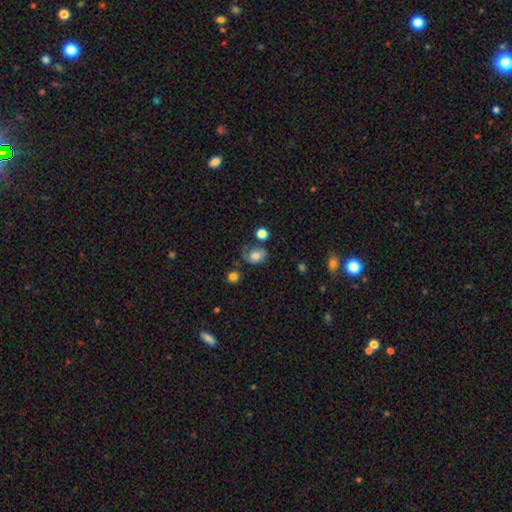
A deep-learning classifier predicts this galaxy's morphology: smooth-or-featured: smooth: 67% | featured or disk: 23% | star or artifact: 10%
  how-rounded: in between: 63% | round: 36% | cigar-shaped: 1%
  merging: none: 41% | minor disturbance: 30% | major disturbance: 23% | merger: 6%